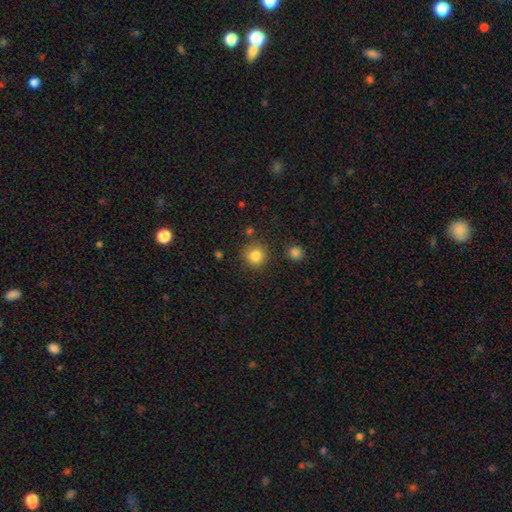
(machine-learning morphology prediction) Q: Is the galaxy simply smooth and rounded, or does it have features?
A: smooth — 84%.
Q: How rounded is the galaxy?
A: round — 93%.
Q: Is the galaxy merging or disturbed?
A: none — 84%.